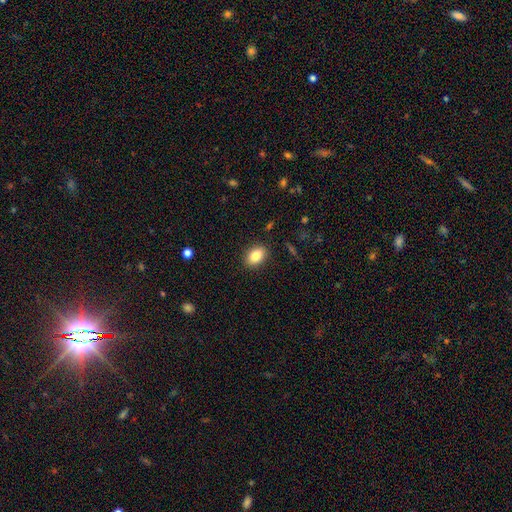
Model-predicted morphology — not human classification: Smooth or featured: smooth — 84% (star or artifact — 8%)
How rounded: in between — 82% (round — 17%)
Merging: none — 88% (minor disturbance — 8%)